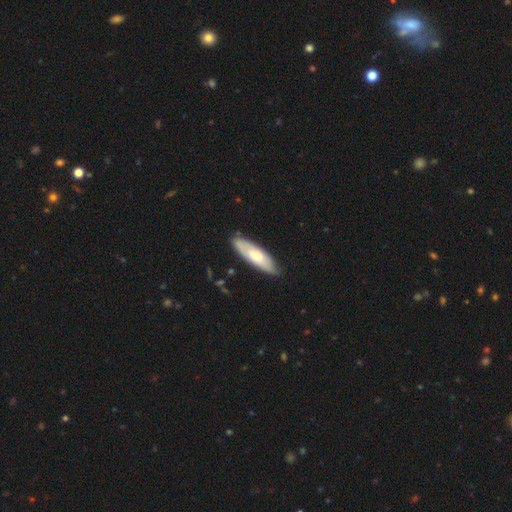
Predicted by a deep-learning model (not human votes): smooth_or_featured: smooth (p=0.62) [alt: featured or disk p=0.33]
how_rounded: cigar-shaped (p=0.54) [alt: in between p=0.45]
merging: none (p=0.81) [alt: minor disturbance p=0.15]